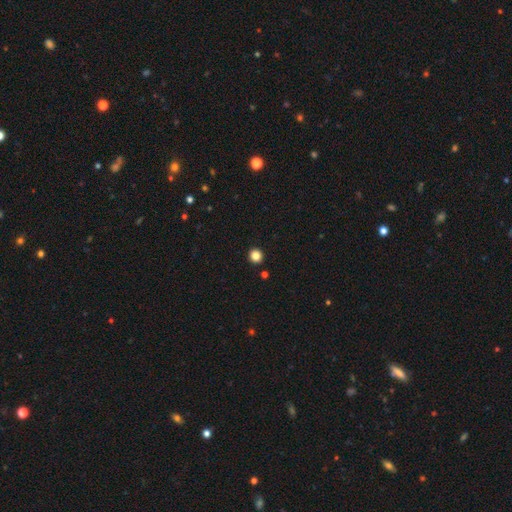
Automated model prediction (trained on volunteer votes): Smooth or featured? smooth (84%)
How rounded? round (92%)
Merging? none (93%)